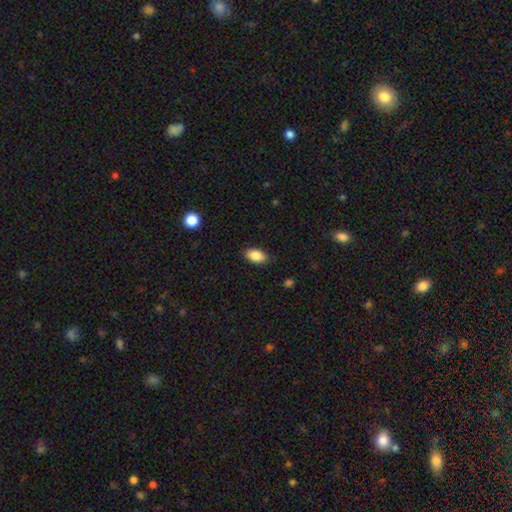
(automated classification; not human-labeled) The model was most divided on "merging": none: 85%, minor disturbance: 11%, major disturbance: 2%, merger: 1%. More confident: how rounded — in between (92%); smooth or featured — smooth (87%).